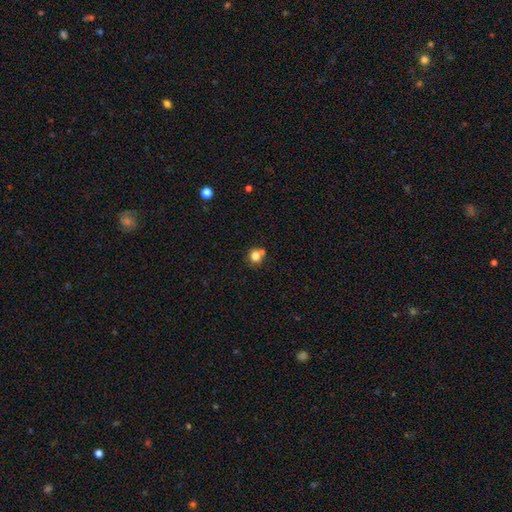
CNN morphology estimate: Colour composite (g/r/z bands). It shows a smooth galaxy with no disk features (79%) that is round (85%). Merging: none (60%).